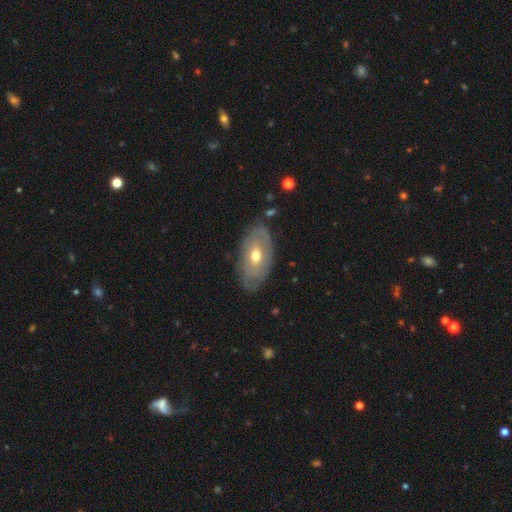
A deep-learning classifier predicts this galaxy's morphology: Smooth or featured? Predicted: featured or disk (p=0.52). Edge-on disk? Predicted: no (p=0.87). Merging? Predicted: none (p=0.77).